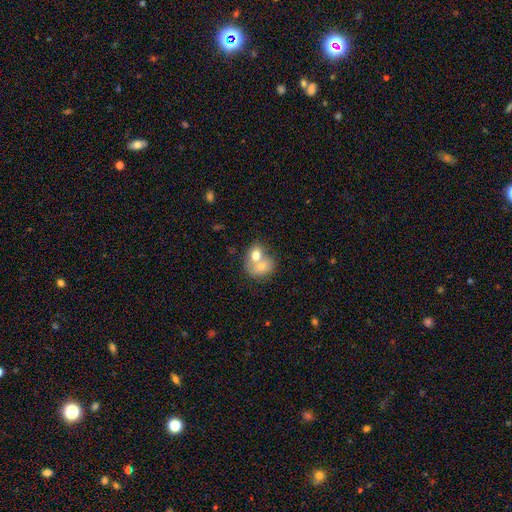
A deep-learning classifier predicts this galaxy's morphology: The model was most divided on "how rounded": in between: 54%, round: 45%, cigar-shaped: 1%. More confident: merging — merger (71%); smooth or featured — smooth (70%).